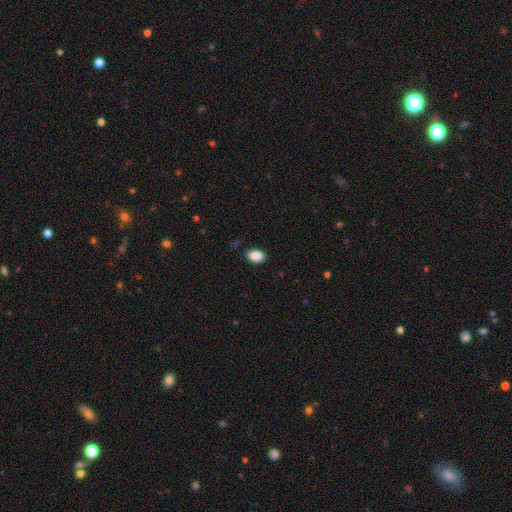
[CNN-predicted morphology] Overall: smooth (89%). How rounded: in between (80%). Merging: none (85%).